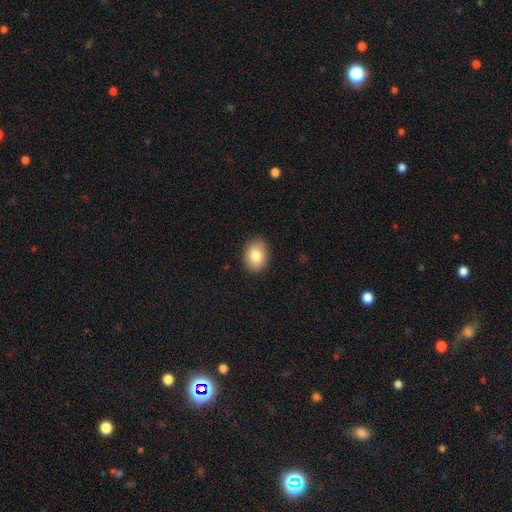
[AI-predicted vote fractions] Morphology: type=smooth (83%); roundness=in between (65%); merging=none (89%).